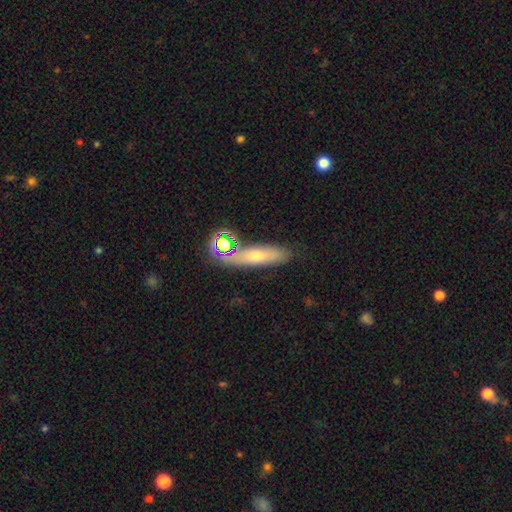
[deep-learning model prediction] This appears to be a smooth galaxy with no disk features (57%) that is cigar-shaped (63%). Merging: none (75%).